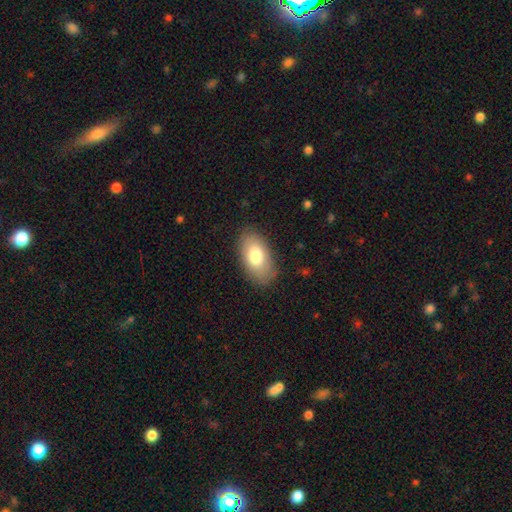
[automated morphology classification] This appears to be a smooth galaxy with no disk features (78%) that is in between round and cigar-shaped (93%). Merging: none (84%).